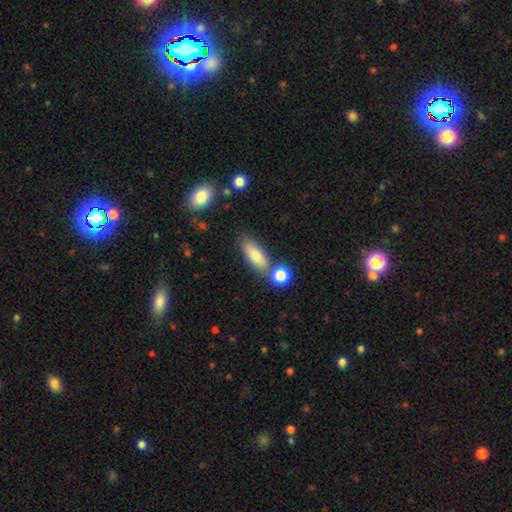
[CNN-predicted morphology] smooth-or-featured: smooth: 76% | featured or disk: 16% | star or artifact: 8%
  how-rounded: in between: 68% | cigar-shaped: 28% | round: 4%
  merging: none: 67% | merger: 16% | minor disturbance: 13% | major disturbance: 4%